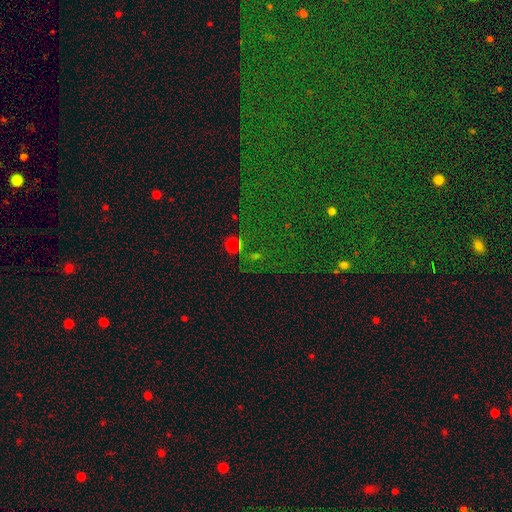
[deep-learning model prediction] This appears to be a star or artifact, not a galaxy (67%).